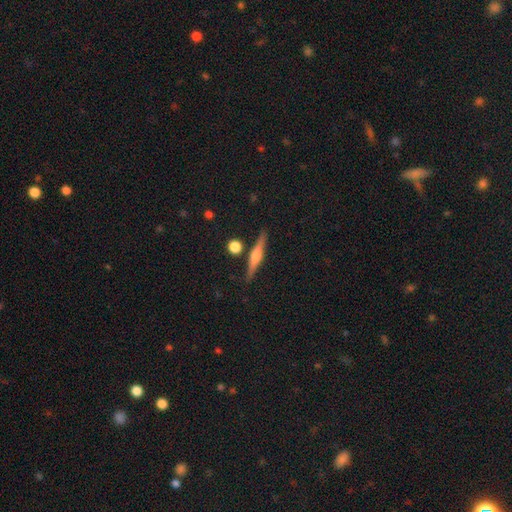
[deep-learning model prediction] This appears to be a featured or disk galaxy (71%) viewed edge-on (98%) with a rounded central bulge (84%). Merging: none (87%).